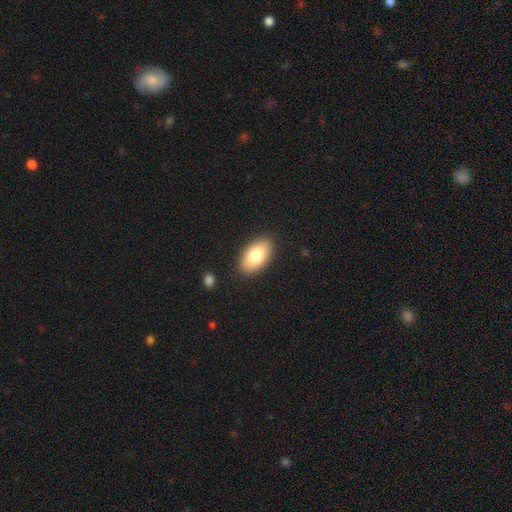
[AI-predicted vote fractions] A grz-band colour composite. It shows a smooth galaxy with no disk features (78%) that is in between round and cigar-shaped (94%). Merging: none (88%).